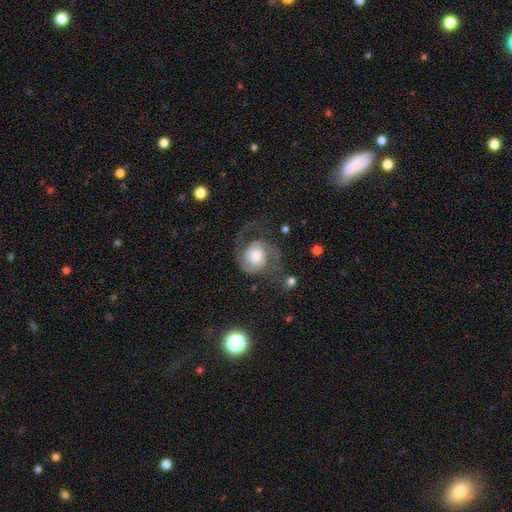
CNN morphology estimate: The model was most divided on "bulge size": moderate: 47%, large: 34%, small: 11%, dominant: 5%, none: 3%. Remaining: edge-on disk — no (98%); spiral arms — yes (95%); spiral arm count — 2 (85%); smooth or featured — featured or disk (80%); bar — no (67%); merging — none (56%); spiral winding — medium (47%).